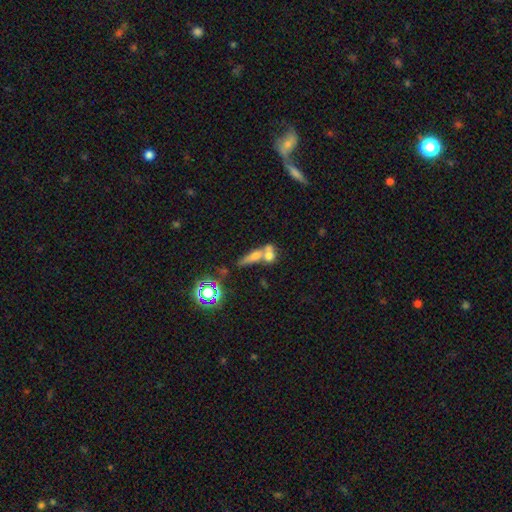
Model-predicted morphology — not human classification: Smooth or featured? smooth (48%)
Merging? merger (54%)